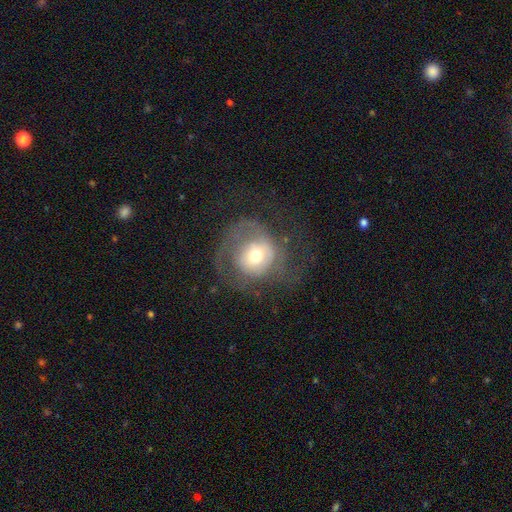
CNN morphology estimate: A featured or disk galaxy (50%).

Vote fractions:
- Smooth or featured? featured or disk: 50% / smooth: 41% / star or artifact: 9%
- Edge-on disk? no: 96% / yes: 4%
- Merging? major disturbance: 41% / none: 37% / minor disturbance: 19% / merger: 2%